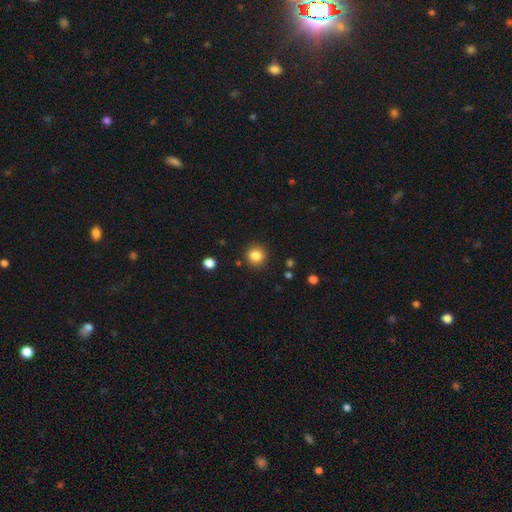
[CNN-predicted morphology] Smooth or featured?
  - smooth: 84% *
  - star or artifact: 11%
  - featured or disk: 5%
How rounded?
  - round: 92% *
  - in between: 7%
  - cigar-shaped: 1%
Merging?
  - none: 90% *
  - minor disturbance: 6%
  - major disturbance: 2%
  - merger: 2%